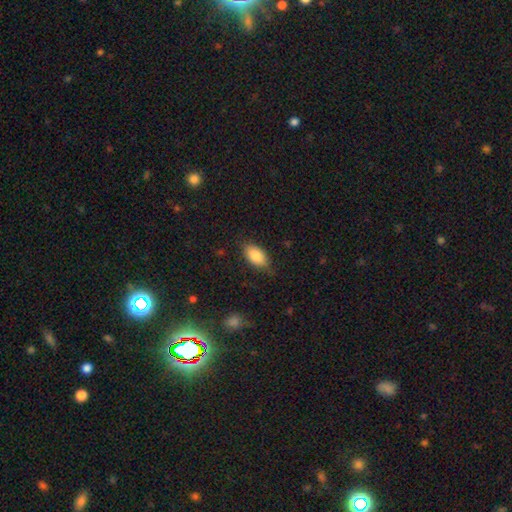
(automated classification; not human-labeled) A smooth galaxy with no disk features (84%) that is in between round and cigar-shaped (92%). Merging: none (76%).